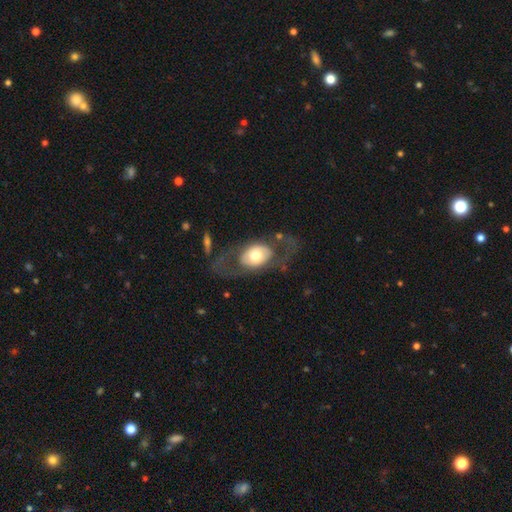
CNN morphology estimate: This appears to be a featured or disk galaxy (55%). Merging: none (64%).